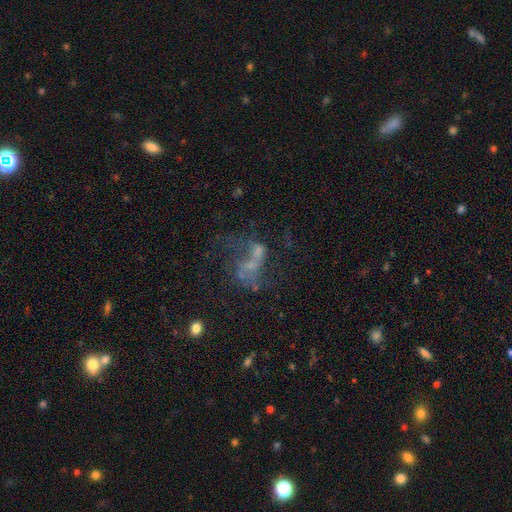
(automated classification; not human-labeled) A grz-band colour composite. It shows a featured or disk galaxy (60%) with no bar (71%), no spiral arms (60%) and no central bulge (58%). Merging: major disturbance (34%).